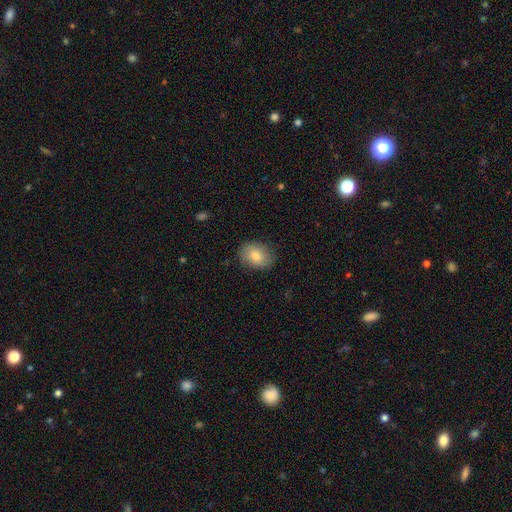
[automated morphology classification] A smooth galaxy with no disk features (76%) that is in between round and cigar-shaped (61%).

Vote fractions:
- Smooth or featured? smooth: 76% / featured or disk: 17% / star or artifact: 7%
- How rounded? in between: 61% / round: 38% / cigar-shaped: 1%
- Merging? none: 82% / minor disturbance: 14% / major disturbance: 3% / merger: 1%